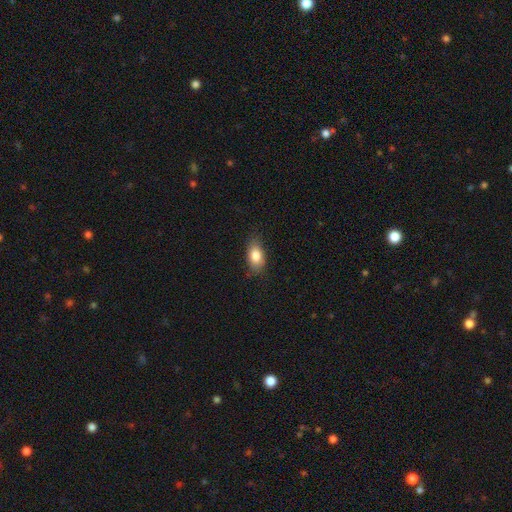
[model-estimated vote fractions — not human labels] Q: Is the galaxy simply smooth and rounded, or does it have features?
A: smooth — 82%.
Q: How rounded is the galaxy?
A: in between — 87%.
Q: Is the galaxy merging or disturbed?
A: none — 76%.